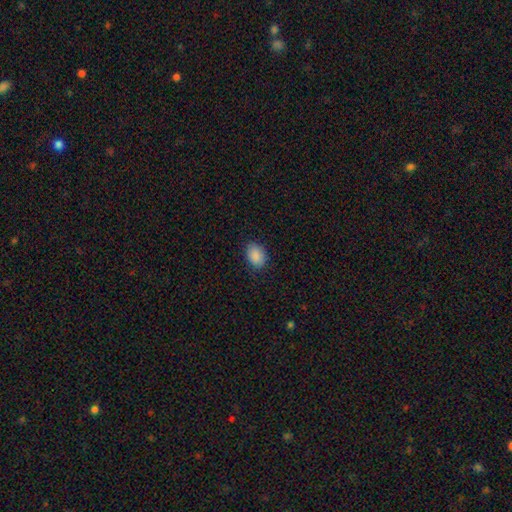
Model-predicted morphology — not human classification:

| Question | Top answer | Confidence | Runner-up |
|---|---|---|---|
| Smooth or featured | smooth | 89% | star or artifact (8%) |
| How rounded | in between | 77% | round (22%) |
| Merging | none | 84% | minor disturbance (12%) |